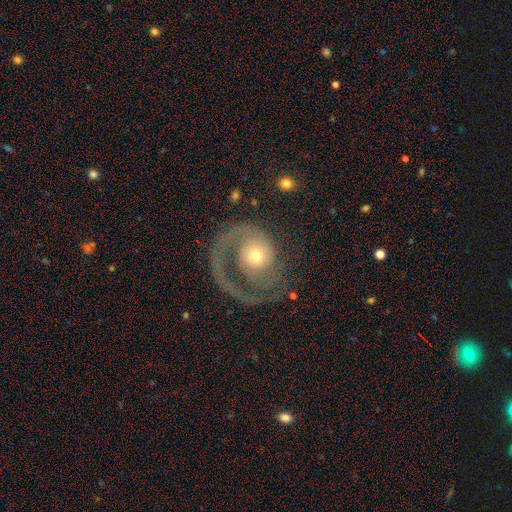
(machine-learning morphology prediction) Overall: featured or disk (78%). Edge-on disk: no (98%). Bar: no (77%). Spiral arms: yes (89%). Spiral arm count: 1 (69%). Spiral winding: medium (40%; tight 37%). Bulge size: moderate (61%; small 31%). Merging: none (44%; major disturbance 38%).